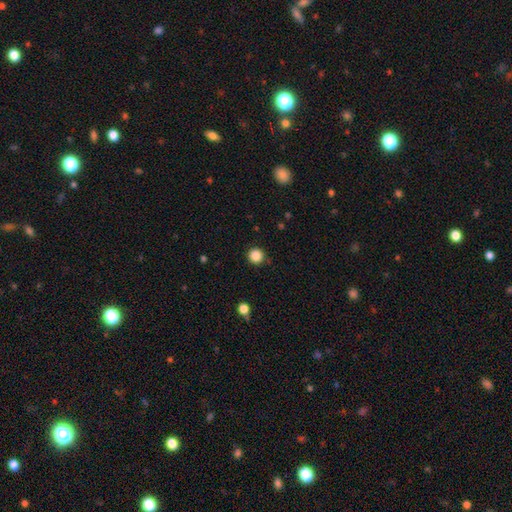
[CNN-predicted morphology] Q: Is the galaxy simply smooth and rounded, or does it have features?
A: smooth — 86%.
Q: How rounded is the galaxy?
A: round — 95%.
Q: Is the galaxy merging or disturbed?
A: none — 90%.